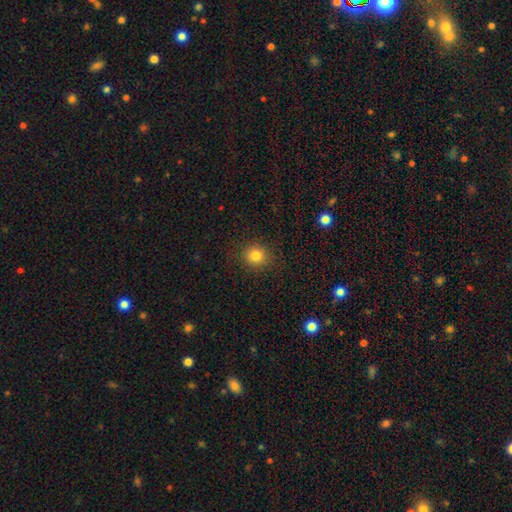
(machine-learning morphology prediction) smooth_or_featured: smooth (p=0.82) [alt: star or artifact p=0.12]
how_rounded: round (p=0.89) [alt: in between p=0.10]
merging: none (p=0.89) [alt: minor disturbance p=0.07]